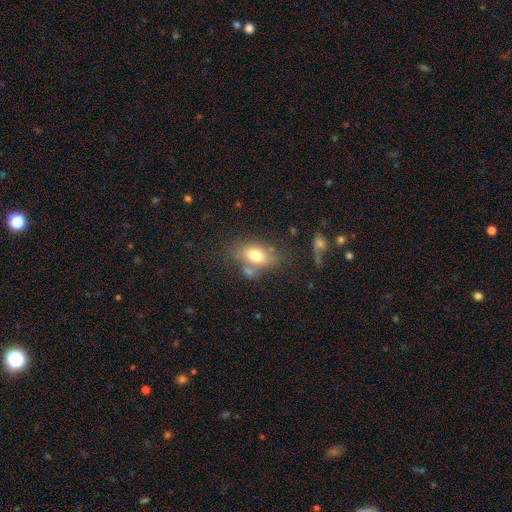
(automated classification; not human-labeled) Morphology: type=smooth (73%); roundness=in between (84%); merging=none (54%).